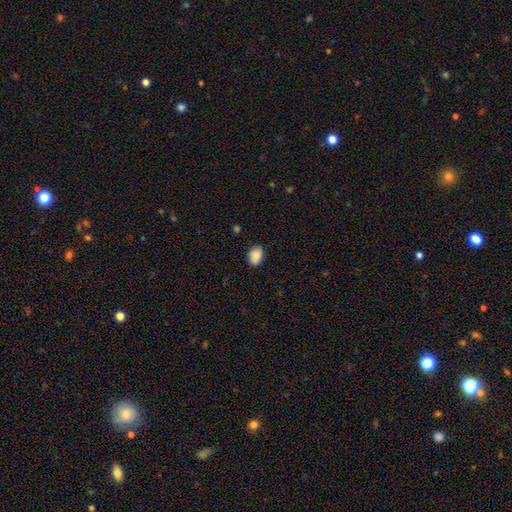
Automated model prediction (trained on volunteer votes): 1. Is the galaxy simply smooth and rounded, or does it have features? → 88% smooth, 8% star or artifact, 5% featured or disk.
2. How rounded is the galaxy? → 76% in between, 23% round, 1% cigar-shaped.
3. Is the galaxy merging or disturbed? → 83% none, 14% minor disturbance, 2% major disturbance, 1% merger.